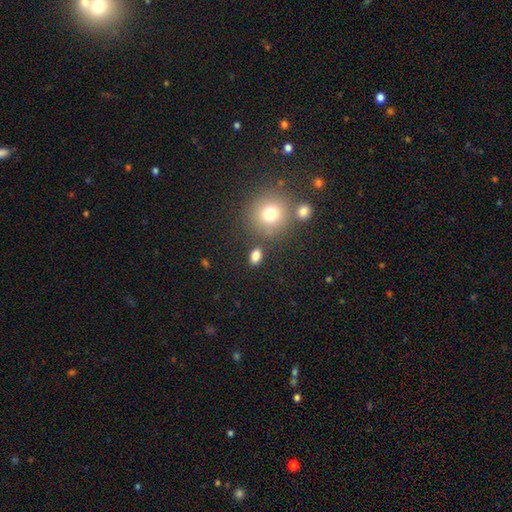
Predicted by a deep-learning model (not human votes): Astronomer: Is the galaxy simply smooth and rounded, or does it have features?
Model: smooth — 81%.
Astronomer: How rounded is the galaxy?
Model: in between — 78%.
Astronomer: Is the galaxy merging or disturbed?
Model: none — 81%.